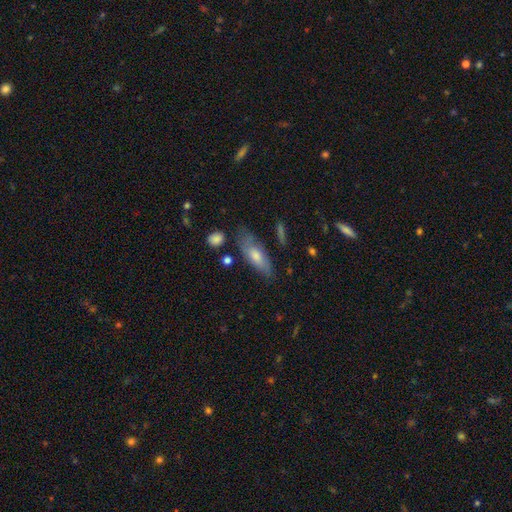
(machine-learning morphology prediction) smooth 59%, featured or disk 33%, star or artifact 8%. Down the decision tree: how rounded — in between (69%); merging — none (68%).